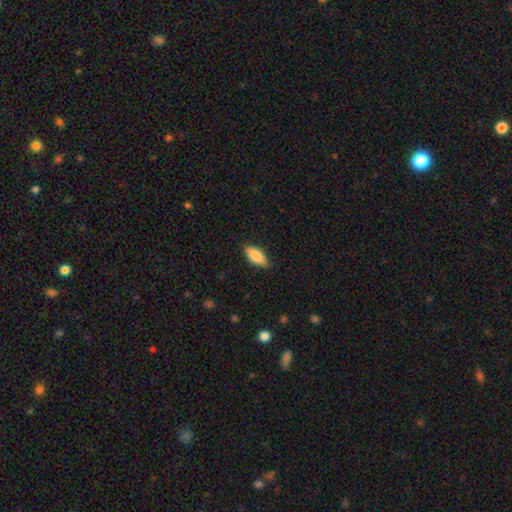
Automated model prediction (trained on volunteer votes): Smooth or featured? smooth (82%)
How rounded? in between (79%)
Merging? none (85%)